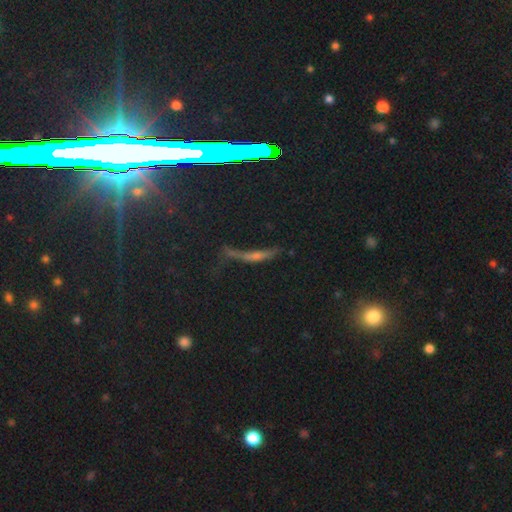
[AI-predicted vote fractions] smooth_or_featured: star or artifact (p=0.51) [alt: featured or disk p=0.31]